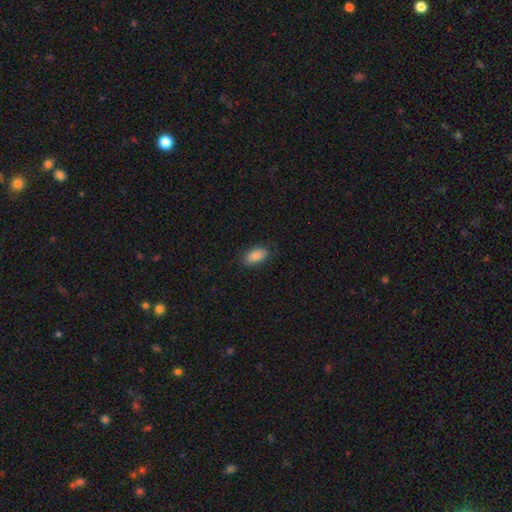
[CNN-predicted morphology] Smooth or featured?
  - smooth: 87% *
  - star or artifact: 7%
  - featured or disk: 5%
How rounded?
  - in between: 92% *
  - round: 5%
  - cigar-shaped: 3%
Merging?
  - none: 81% *
  - minor disturbance: 15%
  - major disturbance: 3%
  - merger: 1%